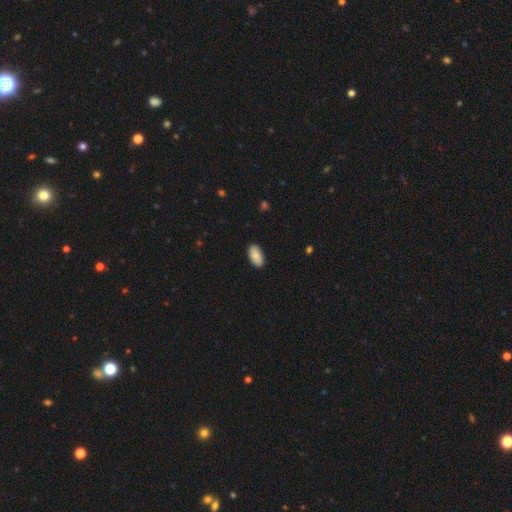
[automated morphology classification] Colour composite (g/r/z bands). It shows a smooth galaxy with no disk features (86%) that is in between round and cigar-shaped (95%). Merging: none (89%).